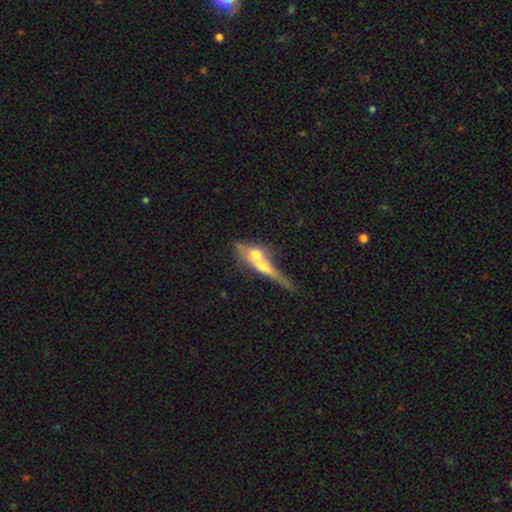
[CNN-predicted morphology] This is possibly a featured or disk galaxy (47%). Merging: marginally merger (43%).